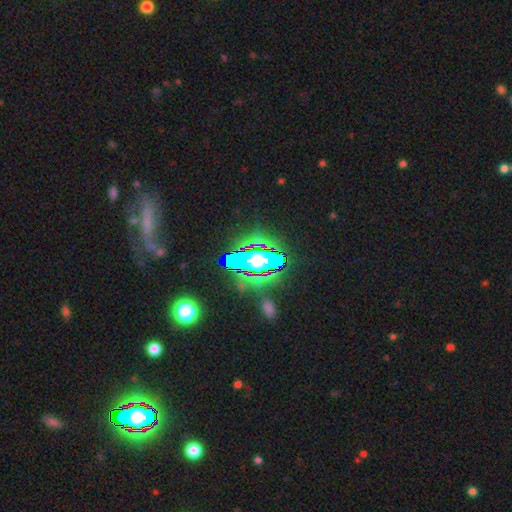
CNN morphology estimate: smooth-or-featured: star or artifact: 79% | smooth: 11% | featured or disk: 10%